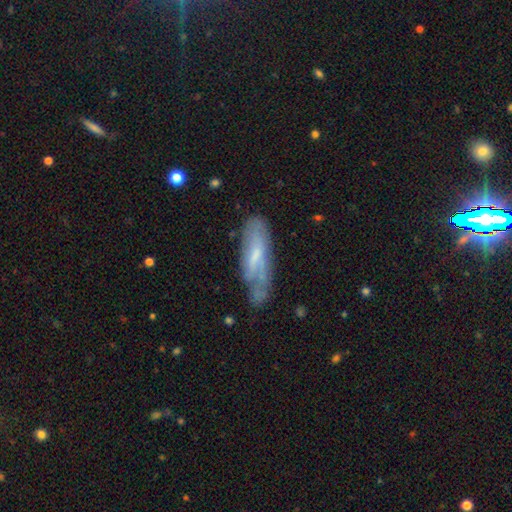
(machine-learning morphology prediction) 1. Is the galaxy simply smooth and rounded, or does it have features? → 51% featured or disk, 42% smooth, 7% star or artifact.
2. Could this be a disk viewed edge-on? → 71% no, 29% yes.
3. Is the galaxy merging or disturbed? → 52% none, 30% minor disturbance, 14% major disturbance, 4% merger.